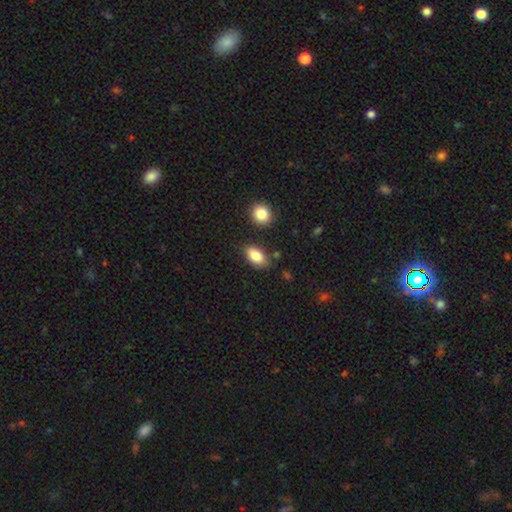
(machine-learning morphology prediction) Smooth or featured? Predicted: smooth (p=0.86). How rounded? Predicted: in between (p=0.91). Merging? Predicted: none (p=0.79).